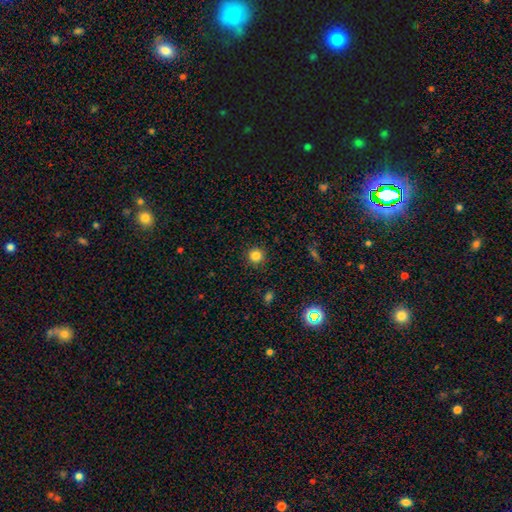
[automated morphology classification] The model was most divided on "smooth or featured": smooth: 82%, star or artifact: 13%, featured or disk: 5%. More confident: how rounded — round (95%); merging — none (91%).